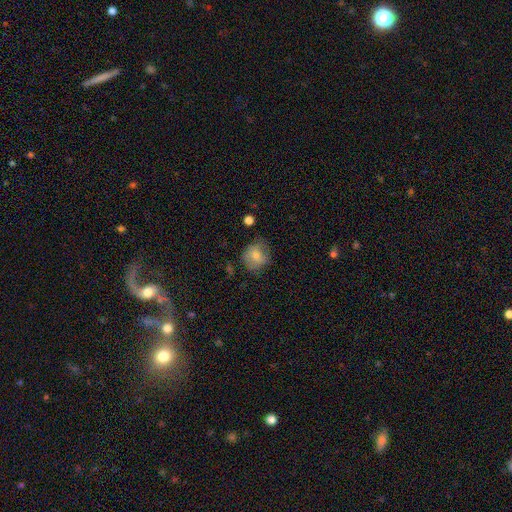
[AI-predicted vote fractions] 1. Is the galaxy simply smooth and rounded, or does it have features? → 73% smooth, 19% featured or disk, 9% star or artifact.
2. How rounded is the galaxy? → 78% round, 21% in between, 1% cigar-shaped.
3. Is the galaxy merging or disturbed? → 65% none, 25% minor disturbance, 8% major disturbance, 2% merger.